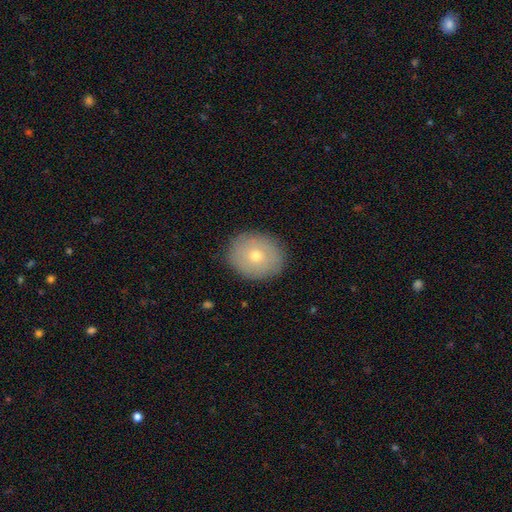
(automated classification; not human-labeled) This is likely a smooth galaxy (64%). How rounded: likely round (64%). Merging: clearly none (88%).